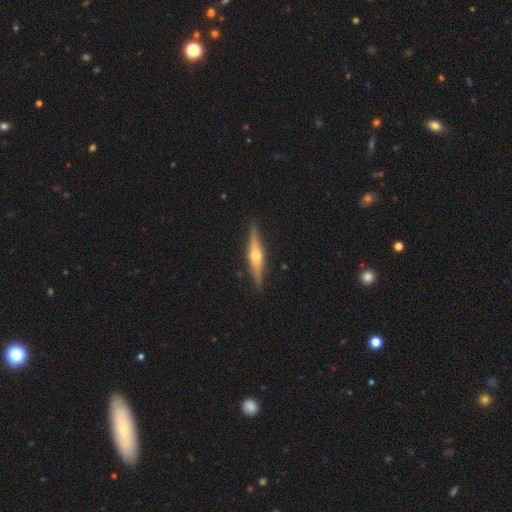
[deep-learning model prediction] This is likely a featured or disk galaxy (74%). It is clearly viewed edge-on (97%). Edge-on bulge: clearly rounded (90%). Merging: clearly none (90%).